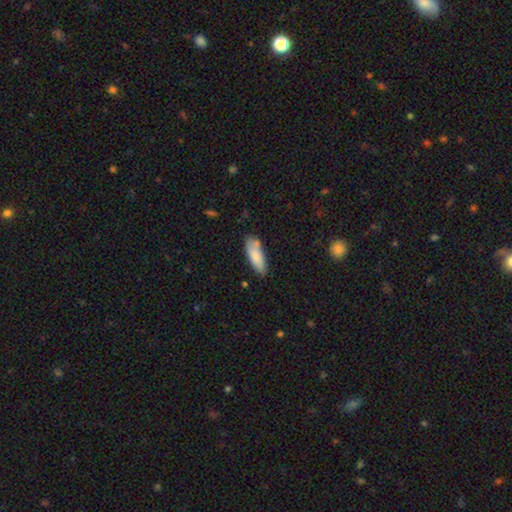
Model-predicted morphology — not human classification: Q: Smooth or featured?
A: smooth (82%); runner-up: featured or disk (12%)
Q: How rounded?
A: in between (61%); runner-up: cigar-shaped (37%)
Q: Merging?
A: none (72%); runner-up: minor disturbance (19%)